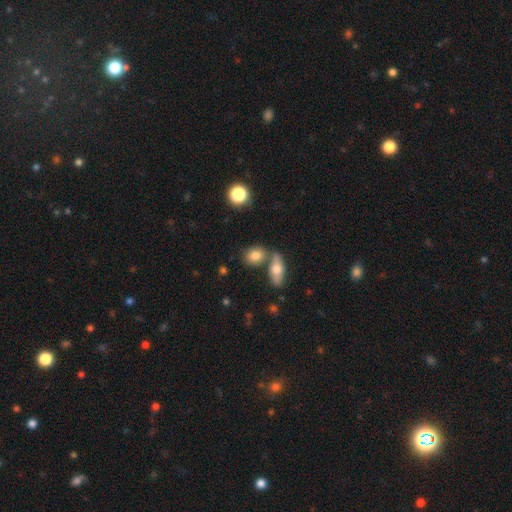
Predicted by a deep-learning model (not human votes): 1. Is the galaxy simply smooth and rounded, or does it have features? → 79% smooth, 12% featured or disk, 9% star or artifact.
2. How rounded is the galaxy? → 66% in between, 30% round, 4% cigar-shaped.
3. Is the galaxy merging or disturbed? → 58% none, 28% merger, 11% minor disturbance, 4% major disturbance.